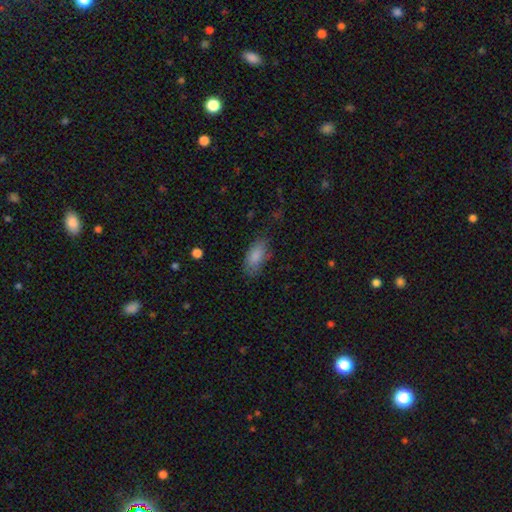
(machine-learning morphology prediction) The model was most divided on "merging": none: 74%, minor disturbance: 19%, major disturbance: 6%, merger: 2%. More confident: how rounded — in between (91%); smooth or featured — smooth (86%).